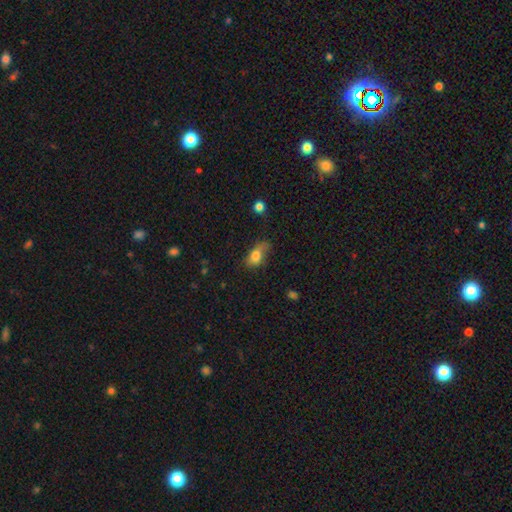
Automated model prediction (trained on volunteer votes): This appears to be a smooth galaxy with no disk features (77%) that is in between round and cigar-shaped (82%). Merging: none (40%).